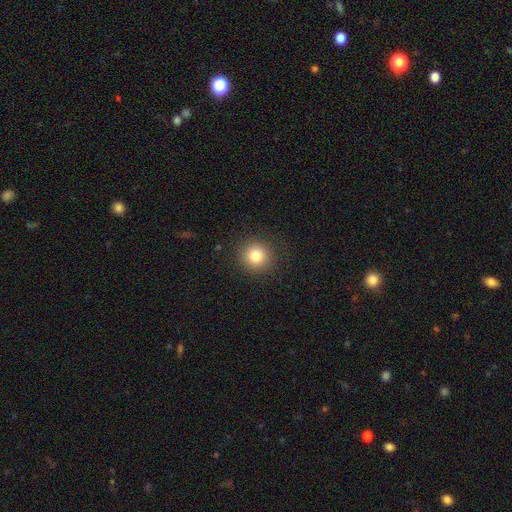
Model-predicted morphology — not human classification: Smooth or featured? smooth (81%)
How rounded? round (93%)
Merging? none (90%)